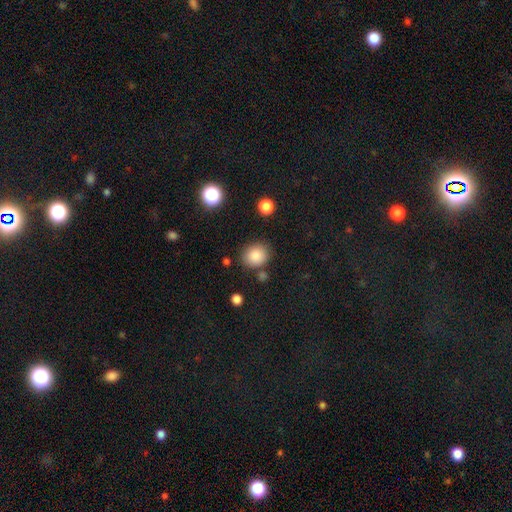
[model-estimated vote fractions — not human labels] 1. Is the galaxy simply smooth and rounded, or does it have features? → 84% smooth, 10% star or artifact, 6% featured or disk.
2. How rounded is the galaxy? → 67% round, 32% in between, 1% cigar-shaped.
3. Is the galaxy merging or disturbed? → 78% none, 12% minor disturbance, 6% merger, 4% major disturbance.